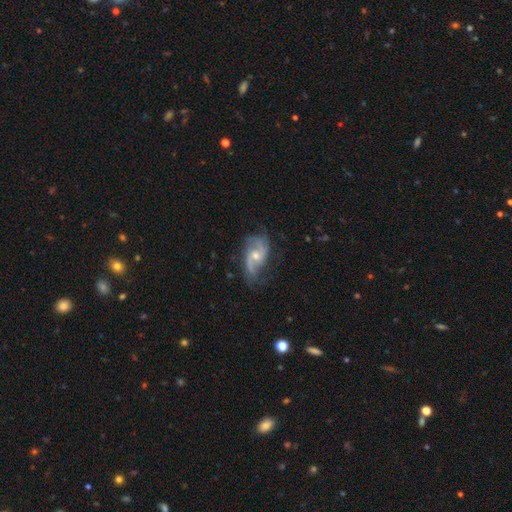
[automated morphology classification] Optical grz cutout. It shows a featured or disk galaxy (85%) with no bar (55%), 2 (81%) loose (48%) spiral arms (95%) and a moderate central bulge (54%). Merging: none (64%).